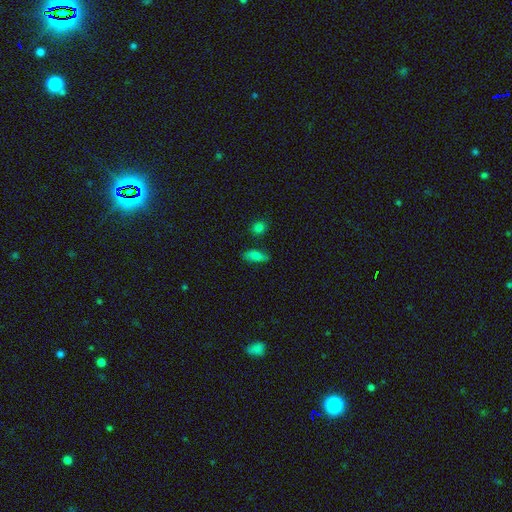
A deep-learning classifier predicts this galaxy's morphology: smooth-or-featured: smooth: 76% | featured or disk: 13% | star or artifact: 11%
  how-rounded: in between: 73% | cigar-shaped: 22% | round: 5%
  merging: none: 77% | minor disturbance: 15% | merger: 4% | major disturbance: 4%